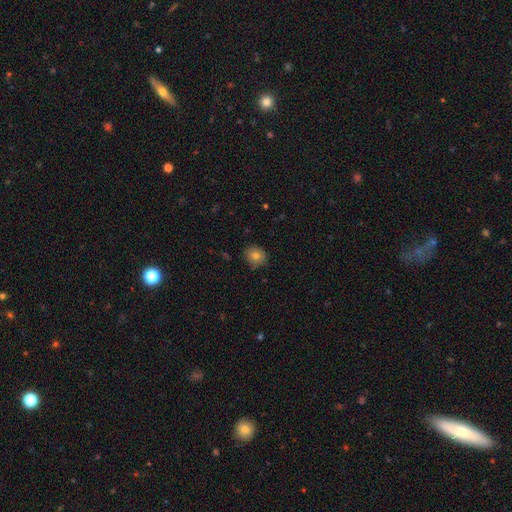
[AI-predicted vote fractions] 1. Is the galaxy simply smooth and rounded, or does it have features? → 78% smooth, 11% star or artifact, 11% featured or disk.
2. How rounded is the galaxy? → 80% round, 19% in between, 1% cigar-shaped.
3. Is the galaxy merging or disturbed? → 82% none, 14% minor disturbance, 2% major disturbance, 1% merger.